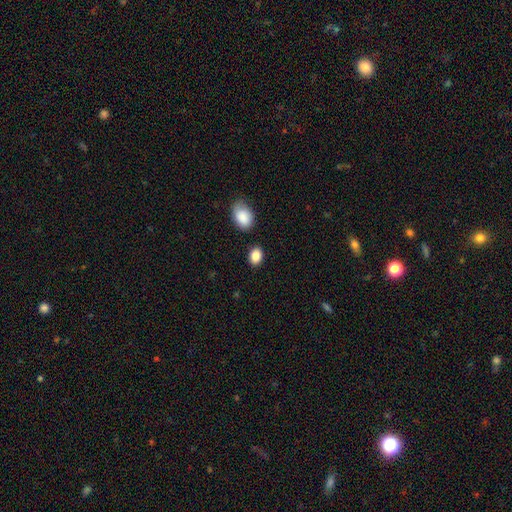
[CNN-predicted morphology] Q: Smooth or featured?
A: smooth (87%); runner-up: star or artifact (8%)
Q: How rounded?
A: in between (73%); runner-up: round (26%)
Q: Merging?
A: none (83%); runner-up: minor disturbance (10%)